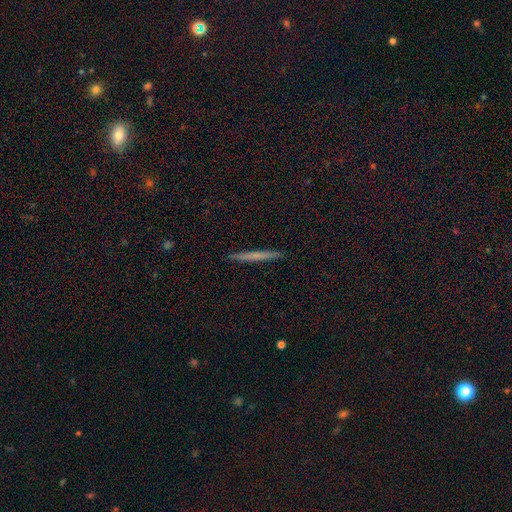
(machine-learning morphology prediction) The model was most divided on "smooth or featured": smooth: 59%, featured or disk: 35%, star or artifact: 6%. More confident: how rounded — cigar-shaped (97%); merging — none (92%).